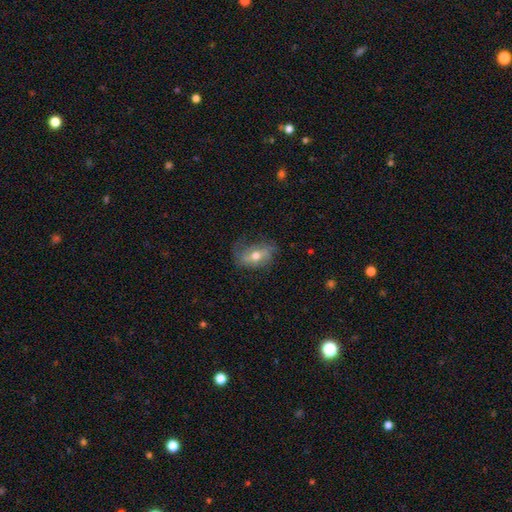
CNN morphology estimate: Smooth or featured: featured or disk — 52% (smooth — 39%)
Edge-on disk: no — 91% (yes — 9%)
Merging: none — 56% (minor disturbance — 27%)